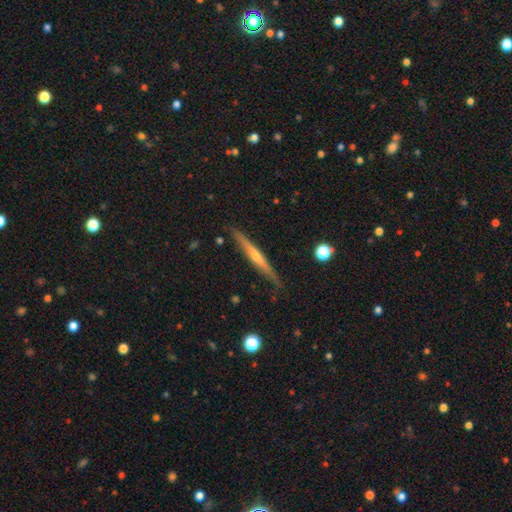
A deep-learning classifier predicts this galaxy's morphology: Smooth or featured?
  - featured or disk: 68% *
  - smooth: 26%
  - star or artifact: 6%
Edge-on disk?
  - yes: 97% *
  - no: 3%
Edge-on bulge?
  - rounded: 68% *
  - none: 27%
  - boxy: 5%
Merging?
  - none: 86% *
  - minor disturbance: 11%
  - major disturbance: 2%
  - merger: 2%